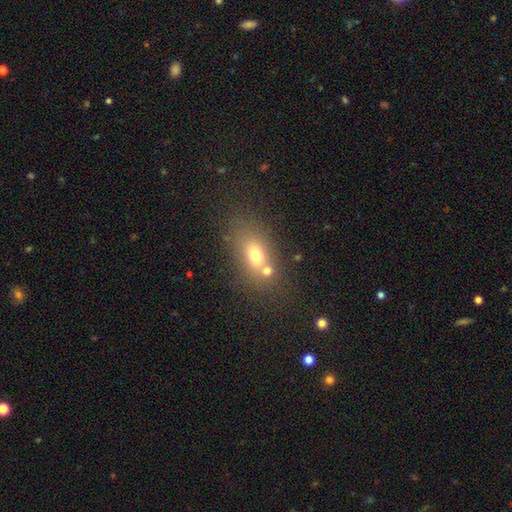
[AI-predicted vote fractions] The model was most divided on "merging": none: 52%, merger: 29%, minor disturbance: 13%, major disturbance: 6%. More confident: how rounded — in between (76%); smooth or featured — smooth (67%).